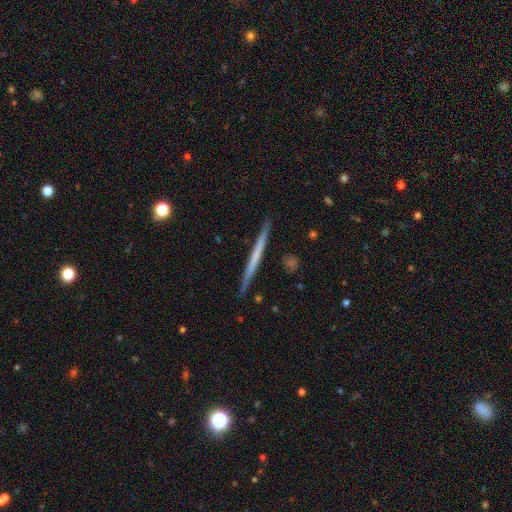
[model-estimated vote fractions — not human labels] A featured or disk galaxy (52%) viewed edge-on (98%) with no central bulge (92%). Merging: none (91%).